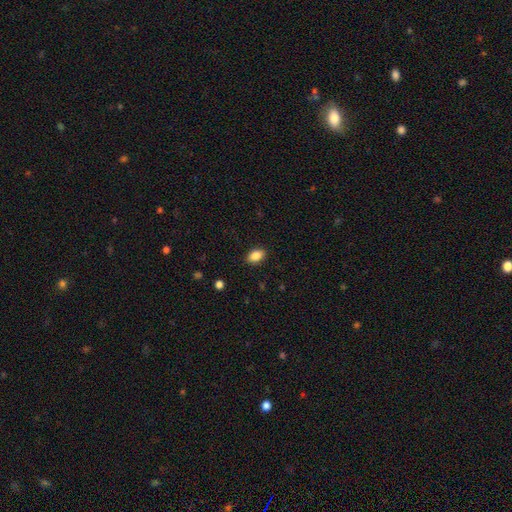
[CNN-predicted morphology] Overall: smooth (87%). How rounded: in between (88%). Merging: none (88%).